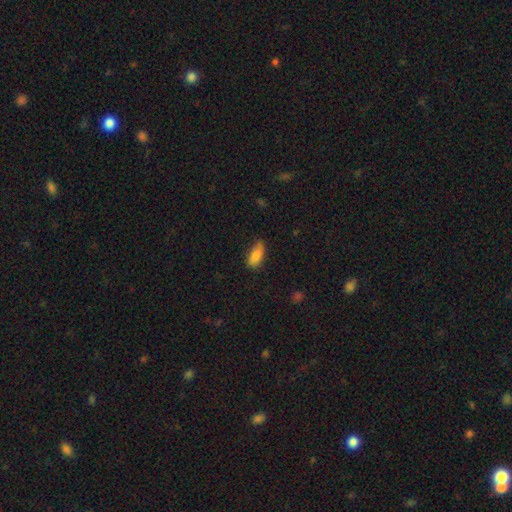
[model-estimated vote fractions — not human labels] A smooth galaxy with no disk features (84%) that is in between round and cigar-shaped (88%). Merging: none (67%).